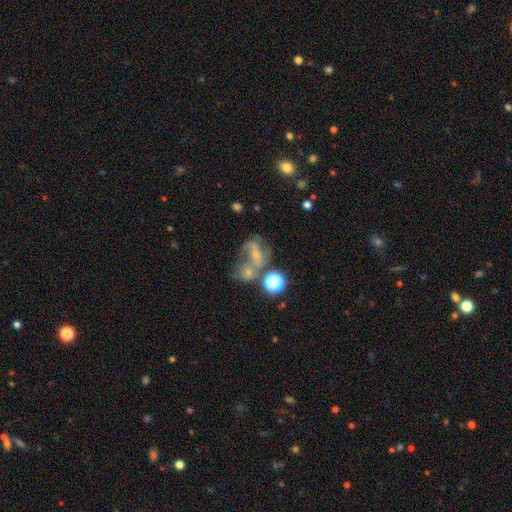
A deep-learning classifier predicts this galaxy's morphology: smooth_or_featured: featured or disk (p=0.46) [alt: smooth p=0.33]
merging: merger (p=0.40) [alt: none p=0.27]